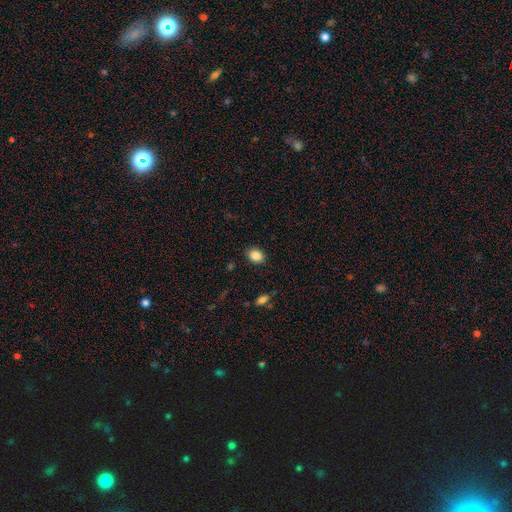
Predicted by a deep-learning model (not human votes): The model was most divided on "how rounded": in between: 60%, round: 39%, cigar-shaped: 1%. More confident: merging — none (88%); smooth or featured — smooth (87%).